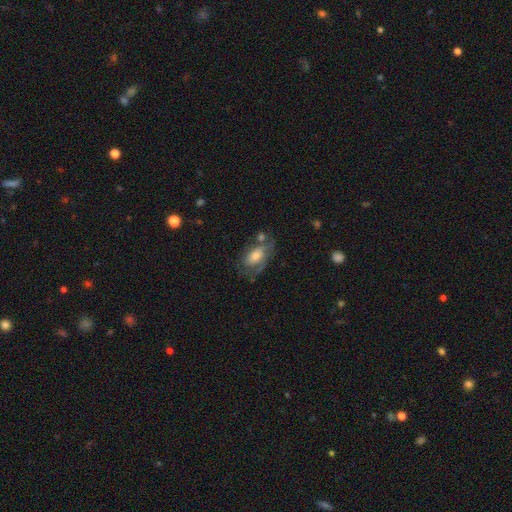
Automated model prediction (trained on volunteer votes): This appears to be a featured or disk galaxy (49%). Merging: none (47%).